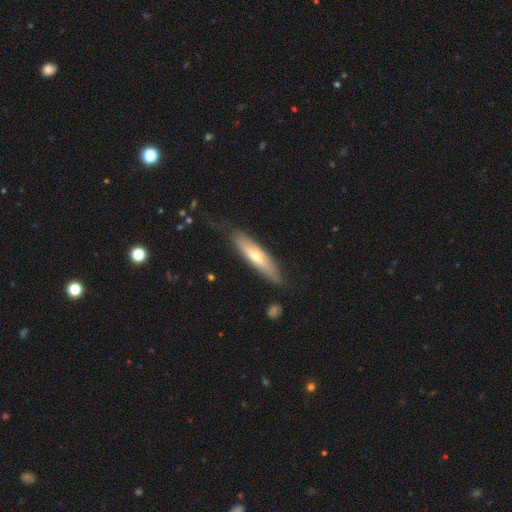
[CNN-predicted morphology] type=smooth (52%); roundness=cigar-shaped (75%); merging=none (74%).